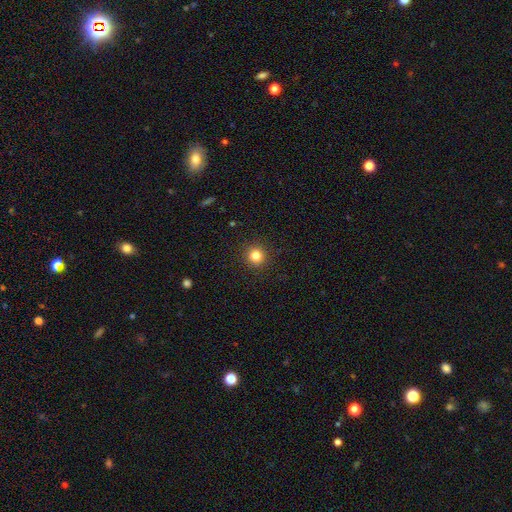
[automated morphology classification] Smooth or featured? Predicted: smooth (p=0.83). How rounded? Predicted: round (p=0.94). Merging? Predicted: none (p=0.92).